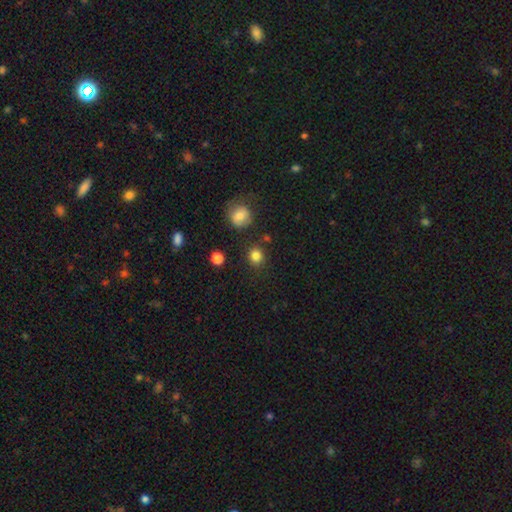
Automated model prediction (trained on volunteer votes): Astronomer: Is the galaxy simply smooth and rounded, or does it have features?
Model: smooth — 83%.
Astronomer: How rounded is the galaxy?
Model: round — 84%.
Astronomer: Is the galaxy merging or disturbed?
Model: none — 85%.